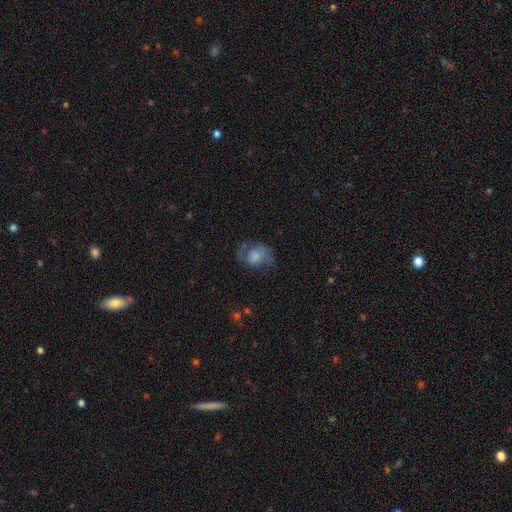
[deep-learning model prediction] Q: Smooth or featured?
A: smooth (54%); runner-up: featured or disk (36%)
Q: How rounded?
A: in between (50%); runner-up: round (48%)
Q: Merging?
A: none (45%); runner-up: major disturbance (28%)